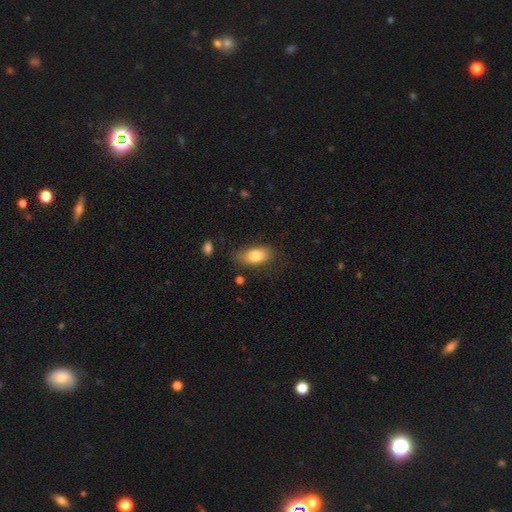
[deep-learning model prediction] smooth 79%, featured or disk 14%, star or artifact 7%. Down the decision tree: how rounded — in between (88%); merging — none (72%).